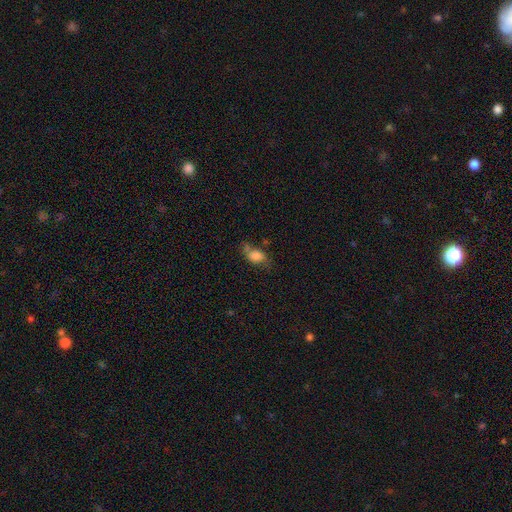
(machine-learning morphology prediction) Smooth or featured?
  - smooth: 71% *
  - featured or disk: 18%
  - star or artifact: 11%
How rounded?
  - in between: 75% *
  - round: 20%
  - cigar-shaped: 4%
Merging?
  - none: 44% *
  - minor disturbance: 28%
  - major disturbance: 14%
  - merger: 14%